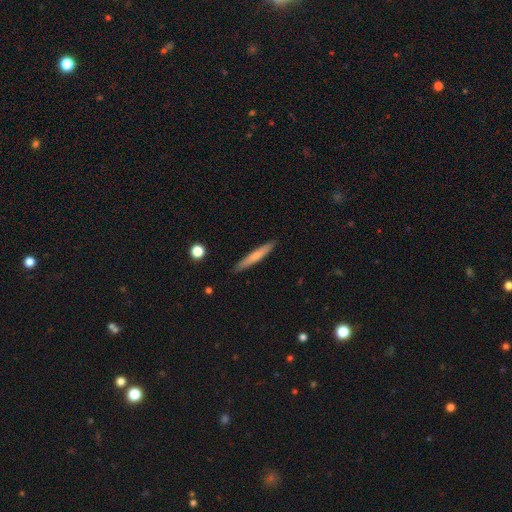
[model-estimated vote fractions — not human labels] A smooth galaxy with no disk features (67%) that is cigar-shaped (95%).

Vote fractions:
- Smooth or featured? smooth: 67% / featured or disk: 27% / star or artifact: 6%
- How rounded? cigar-shaped: 95% / in between: 4% / round: 1%
- Merging? none: 89% / minor disturbance: 8% / major disturbance: 2% / merger: 1%